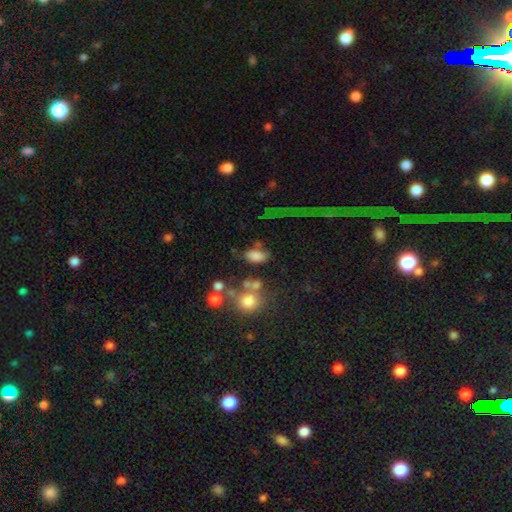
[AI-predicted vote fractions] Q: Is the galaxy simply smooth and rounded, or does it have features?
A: smooth — 77%.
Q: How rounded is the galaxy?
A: in between — 86%.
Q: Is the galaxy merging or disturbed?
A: none — 57%.